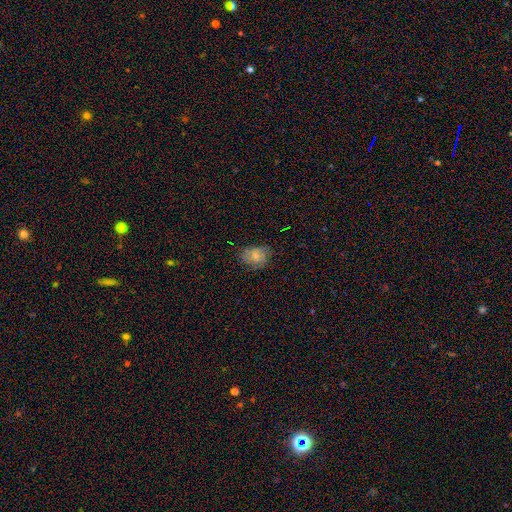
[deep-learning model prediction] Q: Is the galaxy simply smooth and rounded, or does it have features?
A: smooth — 67%.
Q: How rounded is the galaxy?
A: in between — 60%.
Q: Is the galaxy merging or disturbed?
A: none — 67%.